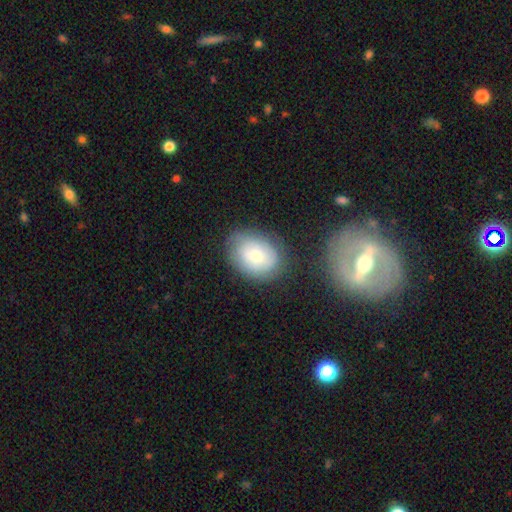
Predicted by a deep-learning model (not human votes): This appears to be a smooth galaxy with no disk features (64%) that is in between round and cigar-shaped (62%). Merging: none (73%).